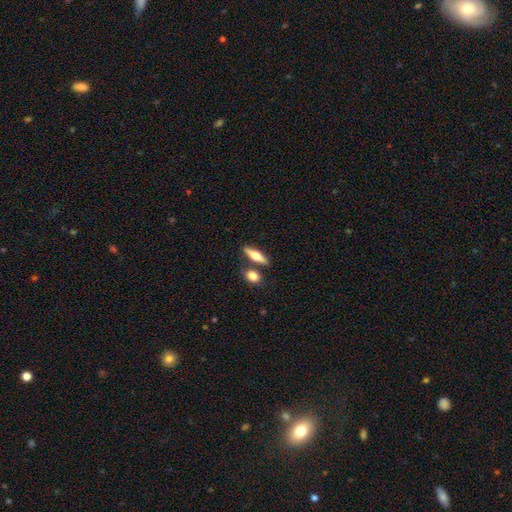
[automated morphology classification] smooth 52%, featured or disk 42%, star or artifact 6%. Down the decision tree: how rounded — cigar-shaped (52%); merging — none (72%).